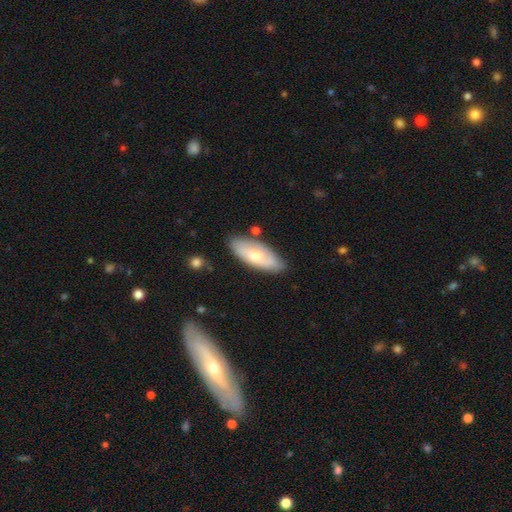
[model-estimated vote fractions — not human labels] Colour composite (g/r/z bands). It shows a smooth galaxy with no disk features (61%) that is in between round and cigar-shaped (82%). Merging: none (76%).